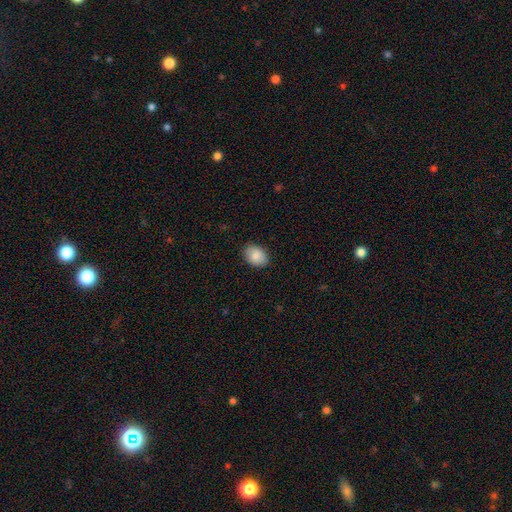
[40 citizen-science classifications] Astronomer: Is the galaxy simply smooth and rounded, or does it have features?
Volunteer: smooth — 85%.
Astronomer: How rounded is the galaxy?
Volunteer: in between — 68%.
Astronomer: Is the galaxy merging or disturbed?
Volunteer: none — 86%.